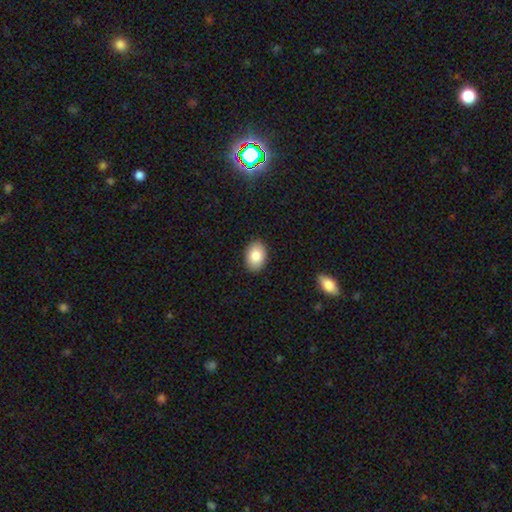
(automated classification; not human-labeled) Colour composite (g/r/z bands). It shows a smooth galaxy with no disk features (85%) that is in between round and cigar-shaped (80%). Merging: none (90%).